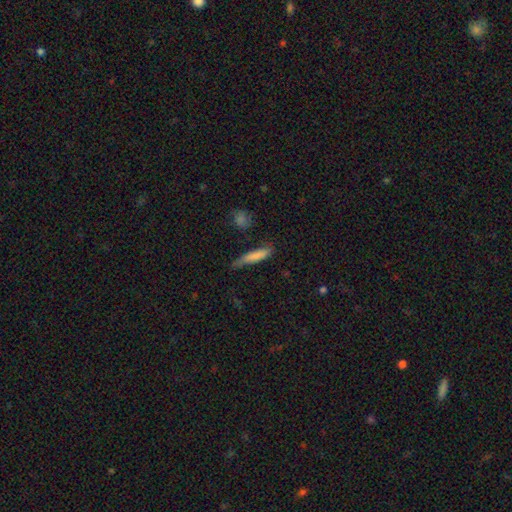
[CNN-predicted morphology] This is likely a smooth galaxy (79%). How rounded: clearly cigar-shaped (84%). Merging: likely none (60%).